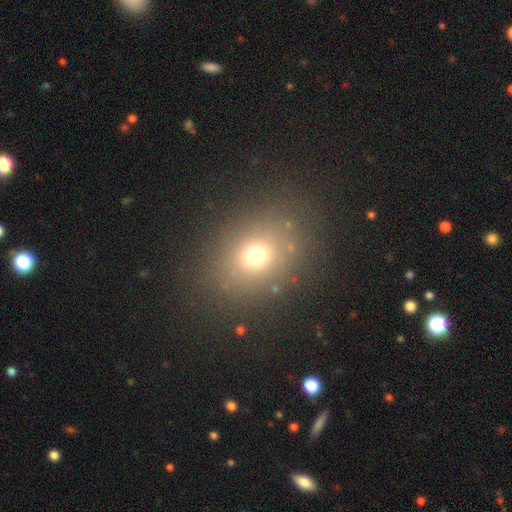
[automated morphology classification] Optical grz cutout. It shows a smooth galaxy with no disk features (70%) that is round (54%). Merging: none (82%).